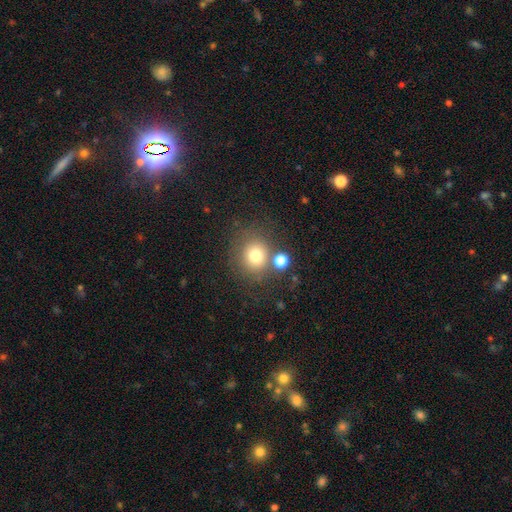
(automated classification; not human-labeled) Smooth or featured: smooth — 75% (star or artifact — 14%)
How rounded: round — 87% (in between — 12%)
Merging: none — 69% (merger — 16%)